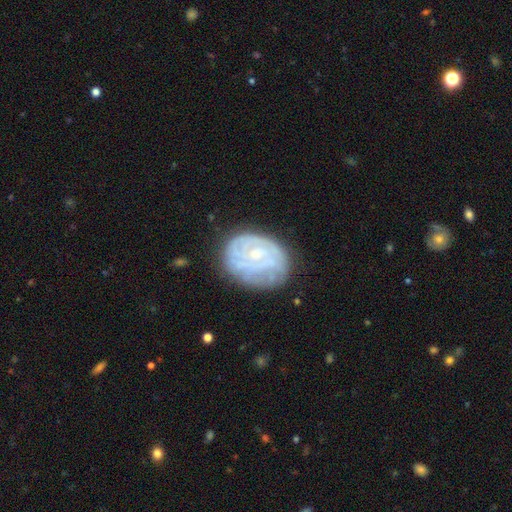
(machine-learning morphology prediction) smooth_or_featured: featured or disk (p=0.72) [alt: smooth p=0.21]
disk_edge_on: no (p=0.97) [alt: yes p=0.03]
bar: no (p=0.71) [alt: weak p=0.24]
has_spiral_arms: yes (p=0.77) [alt: no p=0.23]
spiral_winding: tight (p=0.72) [alt: medium p=0.21]
spiral_arm_count: can't tell (p=0.56) [alt: 2 p=0.13]
bulge_size: small (p=0.70) [alt: moderate p=0.22]
merging: none (p=0.68) [alt: minor disturbance p=0.21]